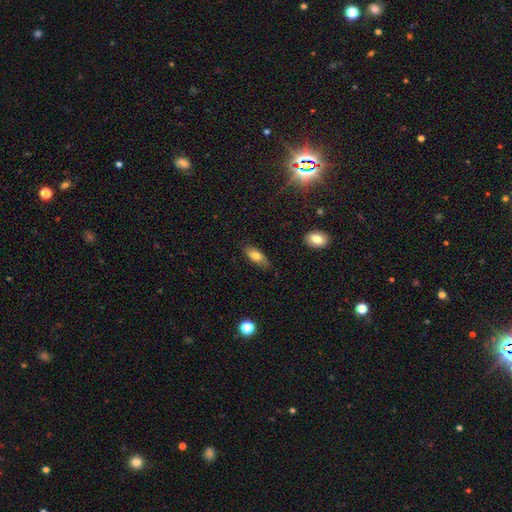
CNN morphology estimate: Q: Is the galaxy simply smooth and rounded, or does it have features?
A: smooth — 76%.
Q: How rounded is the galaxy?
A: in between — 81%.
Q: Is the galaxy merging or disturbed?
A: none — 80%.